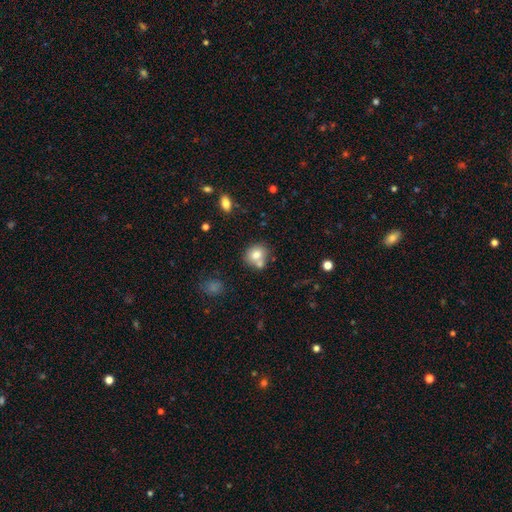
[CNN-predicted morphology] Overall: smooth (76%). How rounded: round (73%). Merging: none (54%; merger 31%).